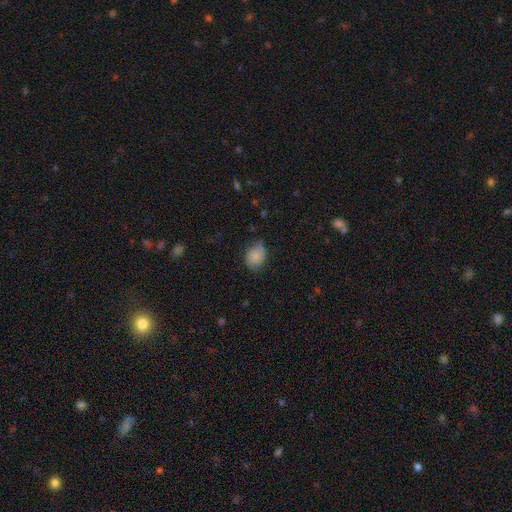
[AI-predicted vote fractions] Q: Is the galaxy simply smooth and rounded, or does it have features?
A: smooth — 82%.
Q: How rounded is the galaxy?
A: in between — 62%.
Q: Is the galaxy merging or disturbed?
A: none — 64%.